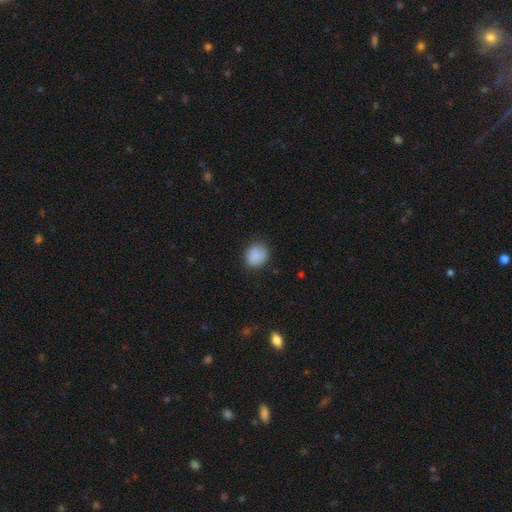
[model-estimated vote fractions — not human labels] Q: Smooth or featured?
A: smooth (88%); runner-up: star or artifact (8%)
Q: How rounded?
A: round (72%); runner-up: in between (28%)
Q: Merging?
A: none (81%); runner-up: minor disturbance (15%)